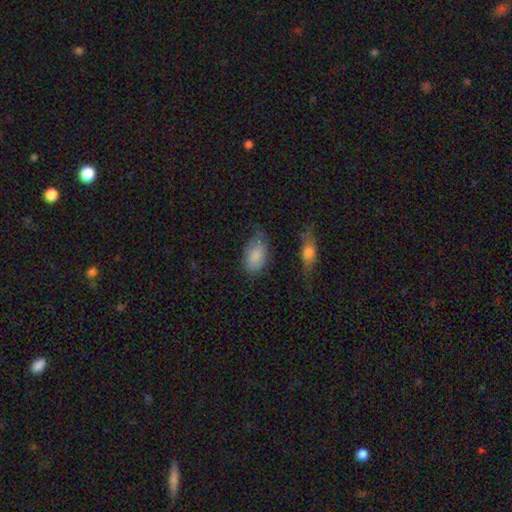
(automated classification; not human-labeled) A smooth galaxy with no disk features (83%) that is in between round and cigar-shaped (92%). Merging: none (58%).